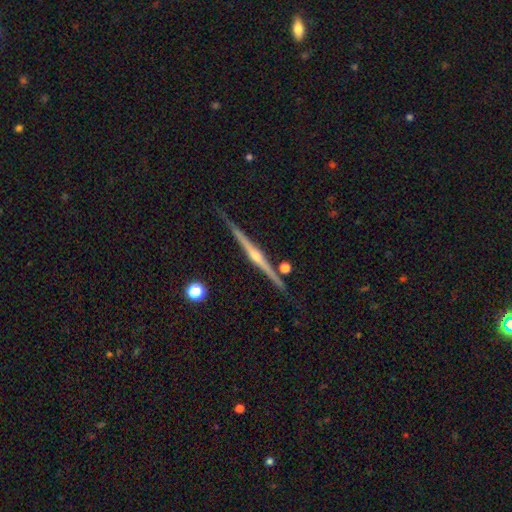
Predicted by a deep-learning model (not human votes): Q: Smooth or featured?
A: featured or disk (87%); runner-up: smooth (8%)
Q: Edge-on disk?
A: yes (99%); runner-up: no (1%)
Q: Edge-on bulge?
A: rounded (87%); runner-up: none (8%)
Q: Merging?
A: none (88%); runner-up: minor disturbance (8%)